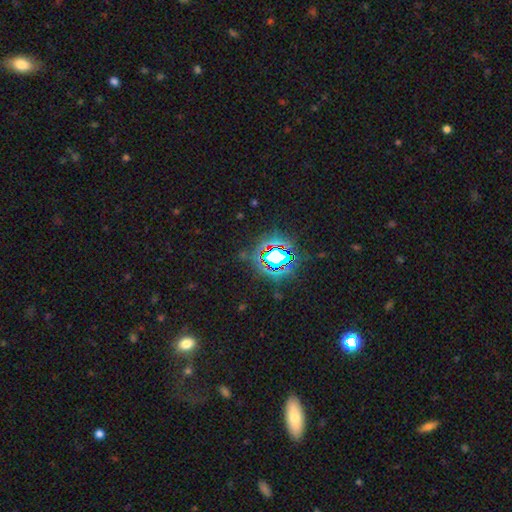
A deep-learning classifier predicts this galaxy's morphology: star or artifact 80%, smooth 11%, featured or disk 8%.